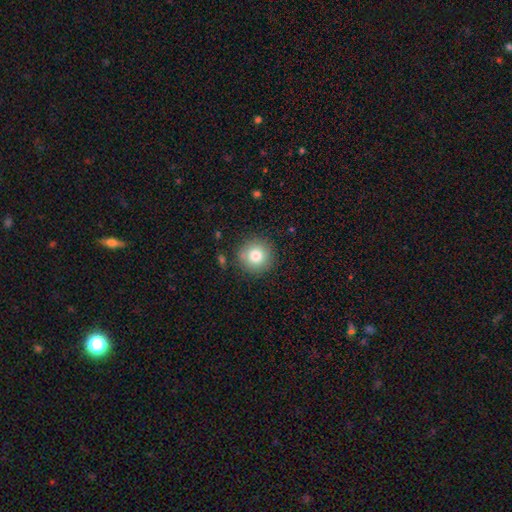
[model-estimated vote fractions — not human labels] A smooth galaxy with no disk features (81%) that is round (95%). Merging: none (87%).